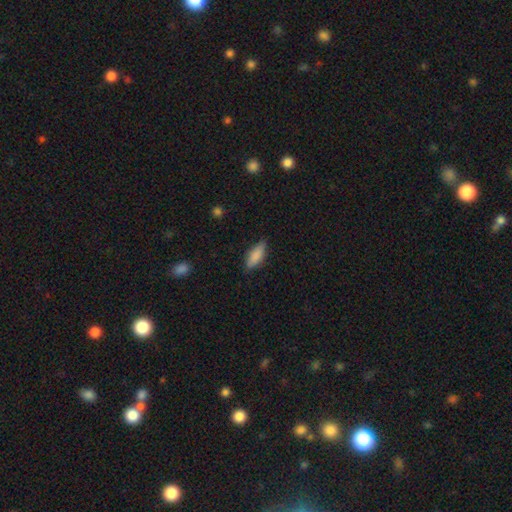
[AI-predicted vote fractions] Smooth or featured? Predicted: smooth (p=0.85). How rounded? Predicted: in between (p=0.70). Merging? Predicted: none (p=0.81).